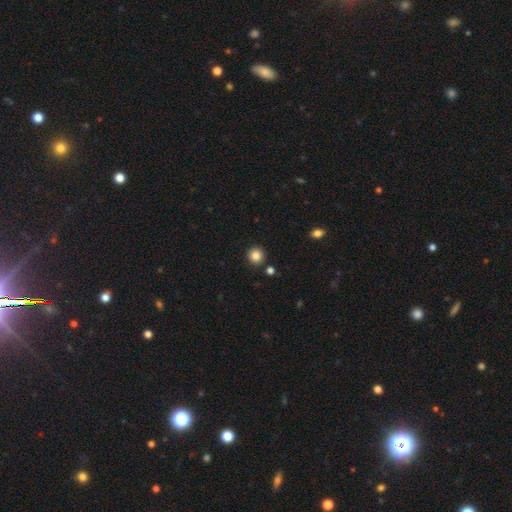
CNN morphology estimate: This is clearly a smooth galaxy (85%). How rounded: clearly round (93%). Merging: clearly none (90%).